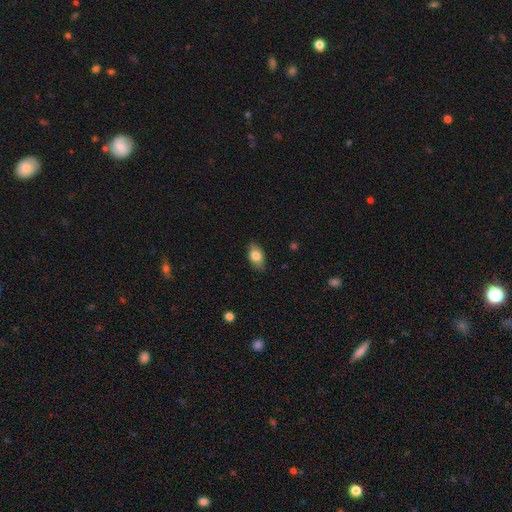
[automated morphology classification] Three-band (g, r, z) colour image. It shows a smooth galaxy with no disk features (79%) that is in between round and cigar-shaped (89%). Merging: none (83%).